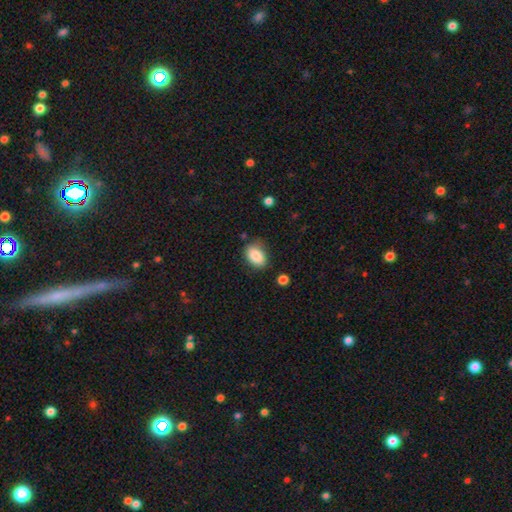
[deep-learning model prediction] This appears to be a smooth galaxy with no disk features (86%) that is in between round and cigar-shaped (83%). Merging: none (75%).